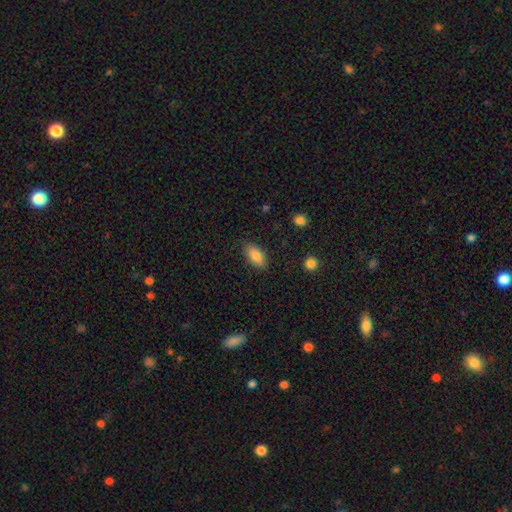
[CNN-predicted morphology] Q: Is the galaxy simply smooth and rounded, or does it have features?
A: smooth — 84%.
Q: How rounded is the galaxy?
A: in between — 88%.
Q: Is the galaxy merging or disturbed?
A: none — 83%.